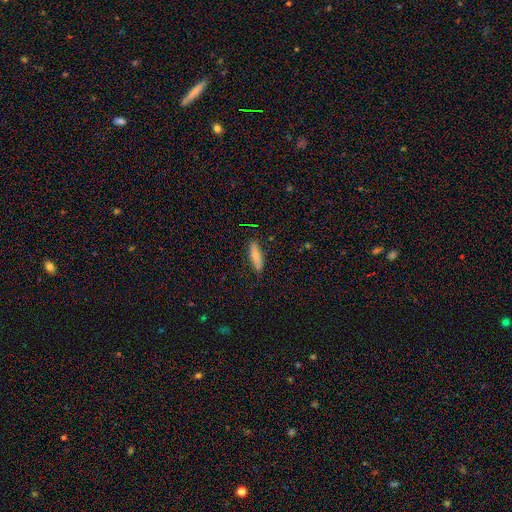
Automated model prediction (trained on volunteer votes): smooth-or-featured: smooth: 59% | featured or disk: 34% | star or artifact: 8%
  how-rounded: cigar-shaped: 63% | in between: 34% | round: 2%
  merging: none: 83% | minor disturbance: 14% | major disturbance: 2% | merger: 1%